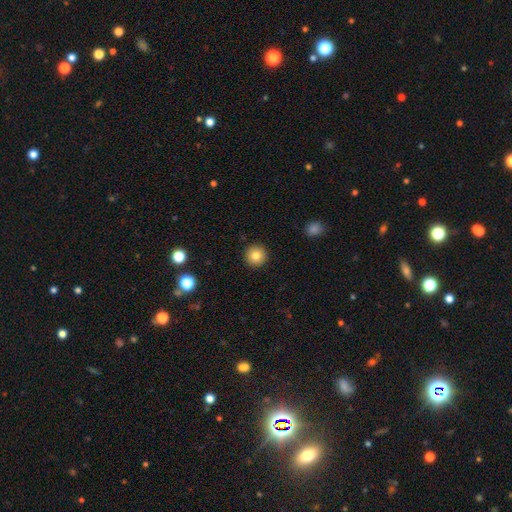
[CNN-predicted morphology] type=smooth (83%); roundness=round (96%); merging=none (93%).